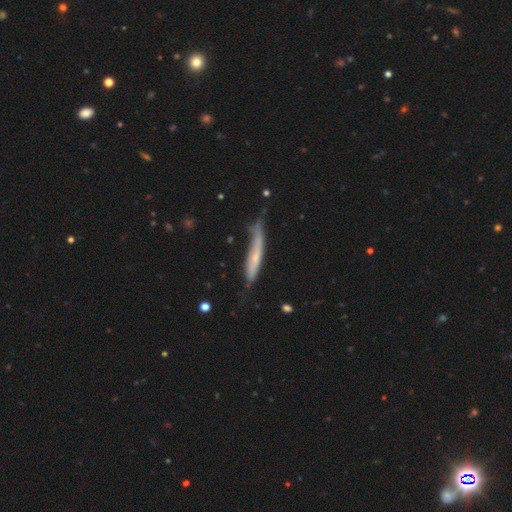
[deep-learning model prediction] Smooth or featured: smooth — 51% (featured or disk — 43%)
How rounded: cigar-shaped — 91% (in between — 8%)
Merging: none — 53% (minor disturbance — 33%)